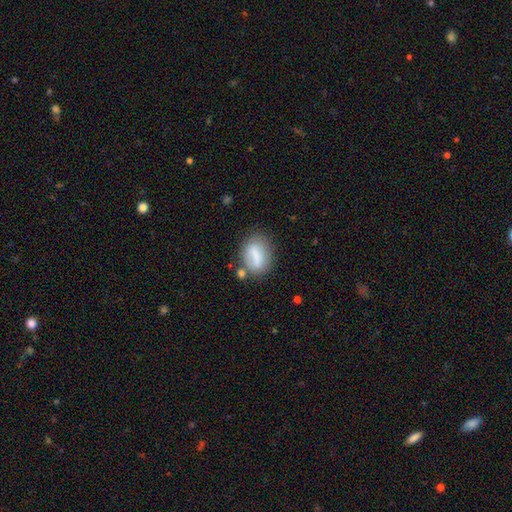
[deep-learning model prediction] The model was most divided on "merging": none: 56%, minor disturbance: 21%, merger: 14%, major disturbance: 9%. More confident: how rounded — in between (73%); smooth or featured — smooth (70%).